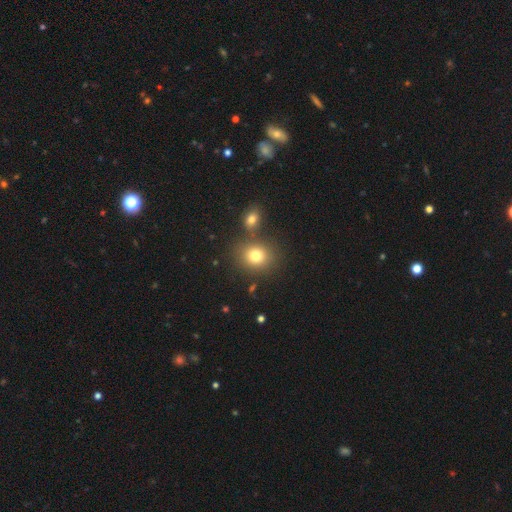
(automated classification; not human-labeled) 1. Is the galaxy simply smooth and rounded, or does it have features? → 78% smooth, 13% star or artifact, 9% featured or disk.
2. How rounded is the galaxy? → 72% round, 27% in between, 1% cigar-shaped.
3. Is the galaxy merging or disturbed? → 73% none, 15% merger, 9% minor disturbance, 3% major disturbance.